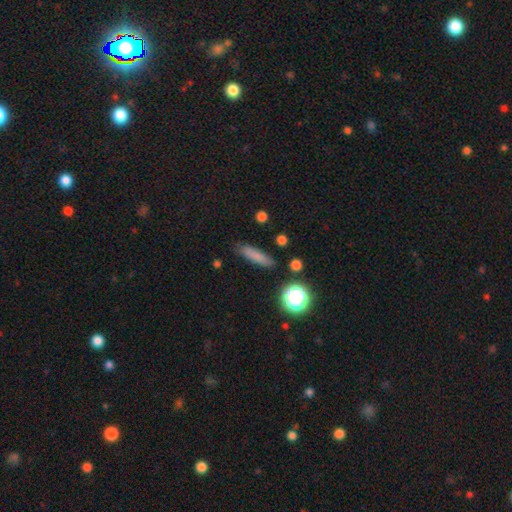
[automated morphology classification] This appears to be a smooth galaxy with no disk features (77%) that is cigar-shaped (78%). Merging: none (85%).